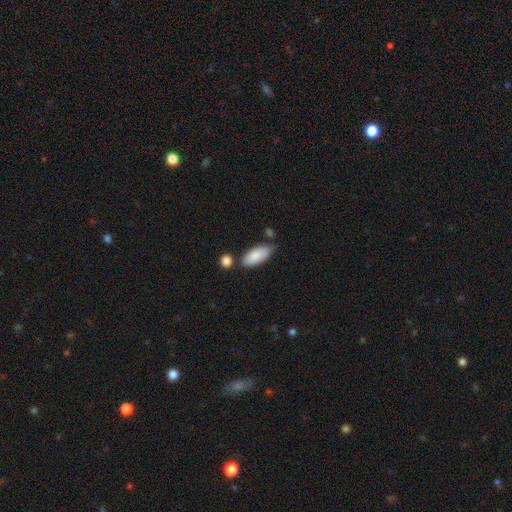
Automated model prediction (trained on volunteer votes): Morphology: type=smooth (86%); roundness=in between (84%); merging=none (65%).